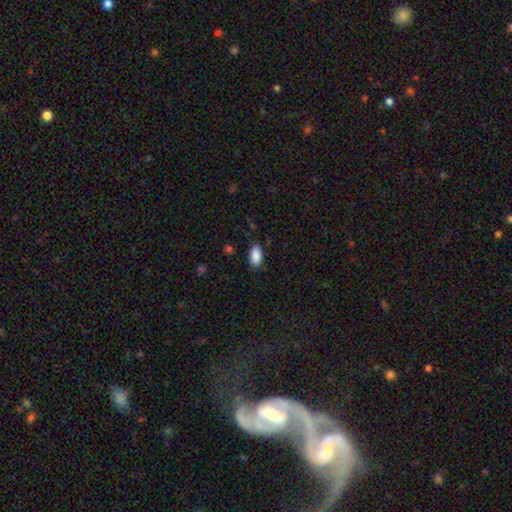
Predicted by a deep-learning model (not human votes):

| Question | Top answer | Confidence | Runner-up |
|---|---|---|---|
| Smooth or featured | smooth | 89% | star or artifact (7%) |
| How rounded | in between | 93% | round (4%) |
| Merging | none | 85% | minor disturbance (11%) |